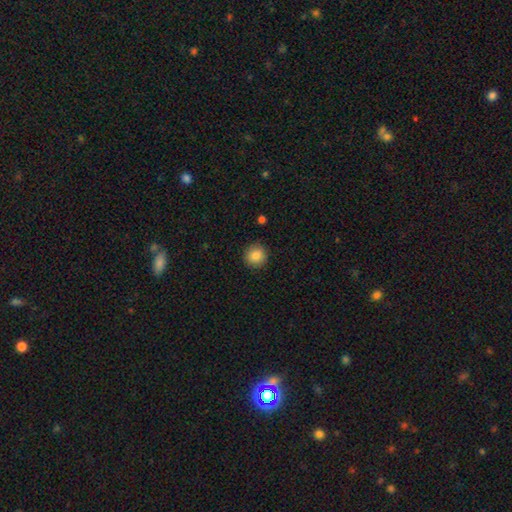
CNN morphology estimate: This is clearly a smooth galaxy (87%). How rounded: clearly round (94%). Merging: clearly none (91%).